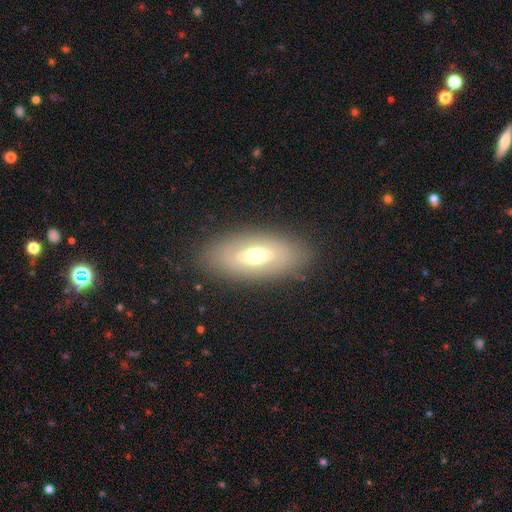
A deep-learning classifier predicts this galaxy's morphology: This appears to be a featured or disk galaxy (48%). Merging: none (84%).